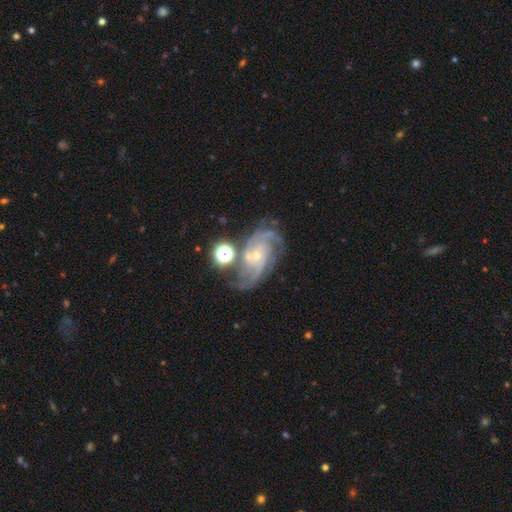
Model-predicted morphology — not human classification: Smooth or featured? Predicted: featured or disk (p=0.87). Edge-on disk? Predicted: no (p=0.97). Bar? Predicted: no (p=0.66). Spiral arms? Predicted: yes (p=0.97). Spiral winding? Predicted: medium (p=0.49). Spiral arm count? Predicted: 2 (p=0.31). Bulge size? Predicted: small (p=0.75). Merging? Predicted: none (p=0.59).